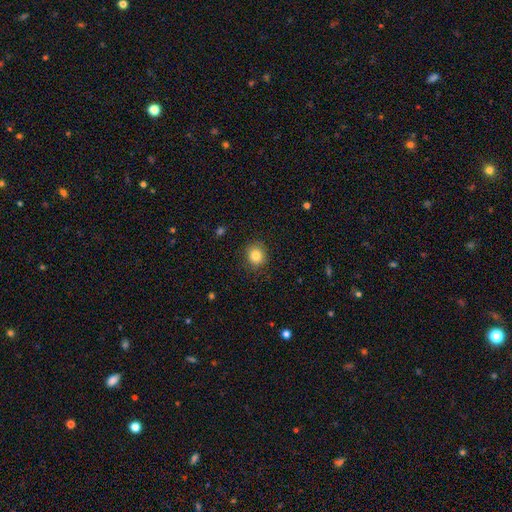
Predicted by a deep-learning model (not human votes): This is clearly a smooth galaxy (83%). How rounded: clearly round (83%). Merging: clearly none (86%).